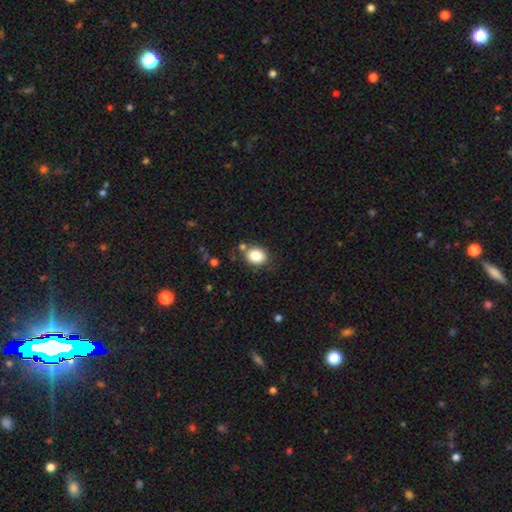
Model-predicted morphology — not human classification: The model was most divided on "how rounded": round: 59%, in between: 40%, cigar-shaped: 1%. More confident: smooth or featured — smooth (85%); merging — none (76%).